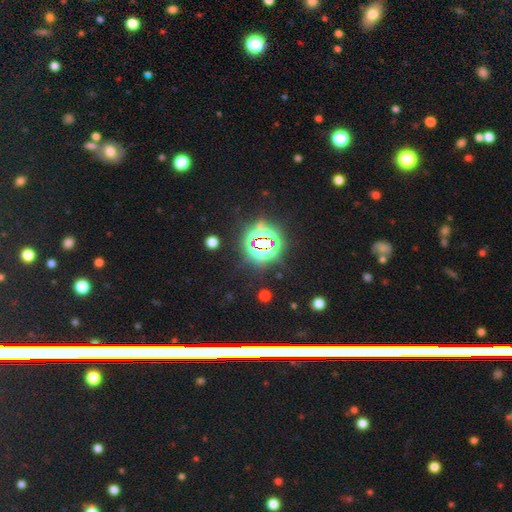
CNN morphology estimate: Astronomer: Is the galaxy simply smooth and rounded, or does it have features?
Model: star or artifact — 71%.